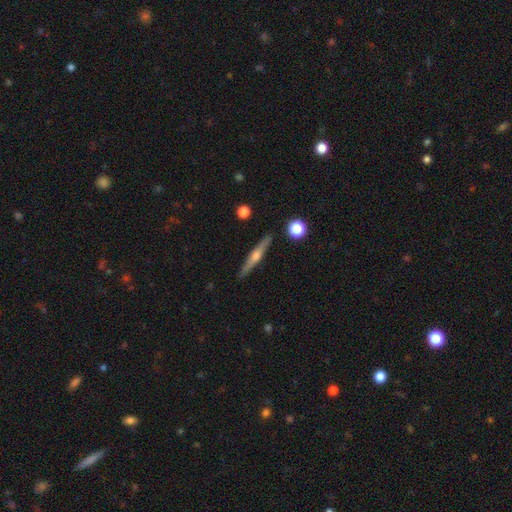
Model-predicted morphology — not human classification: Overall: featured or disk (70%). Edge-on disk: yes (97%). Edge-on bulge: rounded (88%). Merging: none (91%).